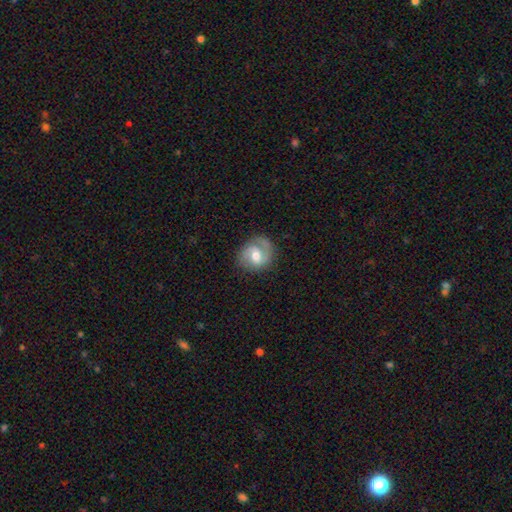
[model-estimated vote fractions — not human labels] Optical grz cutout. It shows a featured or disk galaxy (70%) with a weak bar (53%), 2 (69%) medium (45%) spiral arms (91%) and a moderate central bulge (69%). Merging: none (76%).